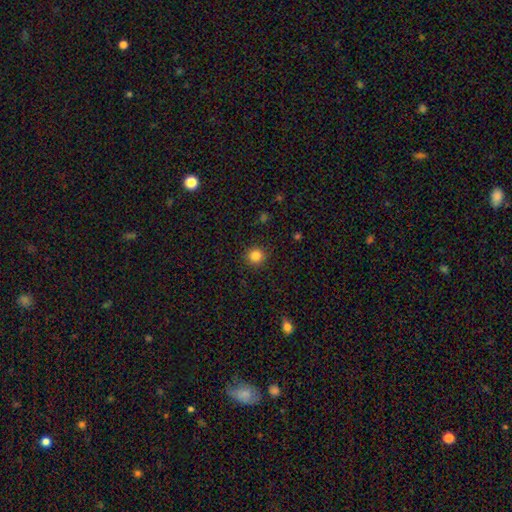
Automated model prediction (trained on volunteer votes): This appears to be a smooth galaxy with no disk features (84%) that is round (94%). Merging: none (91%).